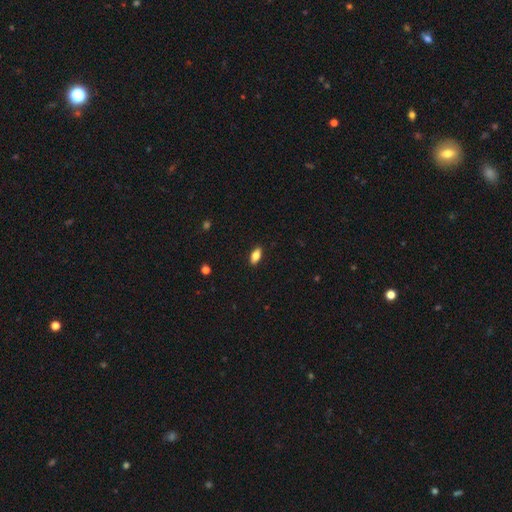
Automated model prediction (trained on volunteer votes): smooth 77%, featured or disk 16%, star or artifact 8%. Down the decision tree: how rounded — in between (85%); merging — none (89%).